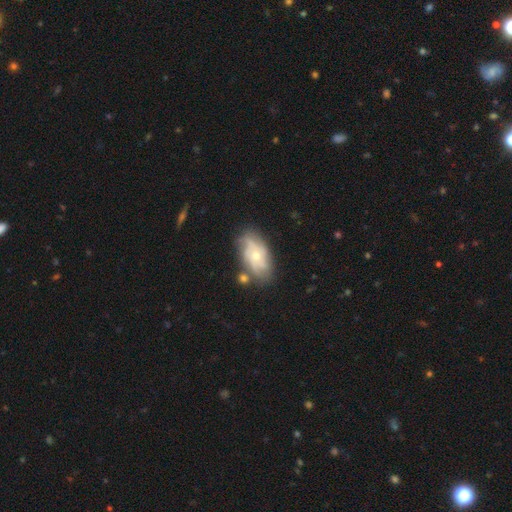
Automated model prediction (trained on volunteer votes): Q: Smooth or featured?
A: featured or disk (68%); runner-up: smooth (24%)
Q: Edge-on disk?
A: no (93%); runner-up: yes (7%)
Q: Bar?
A: no (78%); runner-up: weak (19%)
Q: Spiral arms?
A: yes (81%); runner-up: no (19%)
Q: Spiral winding?
A: tight (42%); runner-up: medium (38%)
Q: Spiral arm count?
A: can't tell (38%); runner-up: 3 (22%)
Q: Bulge size?
A: small (54%); runner-up: moderate (42%)
Q: Merging?
A: none (63%); runner-up: minor disturbance (21%)